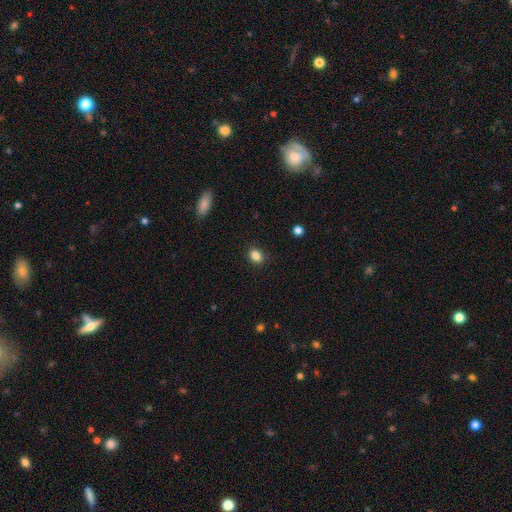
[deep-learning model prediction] Smooth or featured? smooth (85%)
How rounded? in between (59%)
Merging? none (87%)